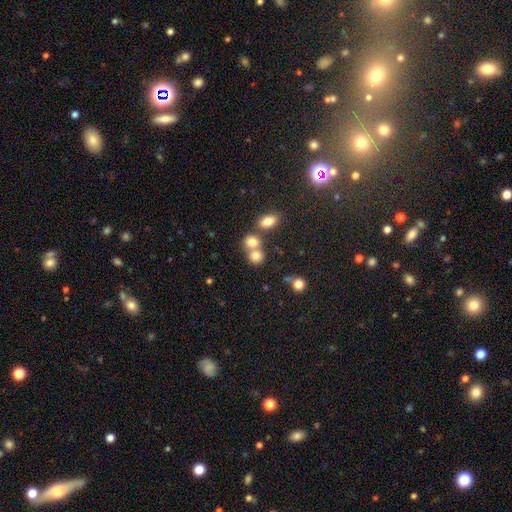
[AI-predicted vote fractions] smooth-or-featured: smooth: 77% | star or artifact: 13% | featured or disk: 10%
  how-rounded: round: 75% | in between: 24% | cigar-shaped: 1%
  merging: merger: 49% | none: 41% | minor disturbance: 7% | major disturbance: 3%